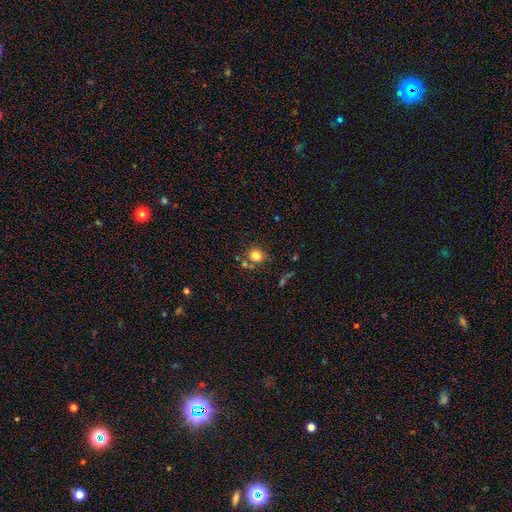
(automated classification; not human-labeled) A smooth galaxy with no disk features (81%) that is round (82%).

Vote fractions:
- Smooth or featured? smooth: 81% / star or artifact: 12% / featured or disk: 7%
- How rounded? round: 82% / in between: 17% / cigar-shaped: 1%
- Merging? none: 71% / minor disturbance: 13% / merger: 11% / major disturbance: 5%